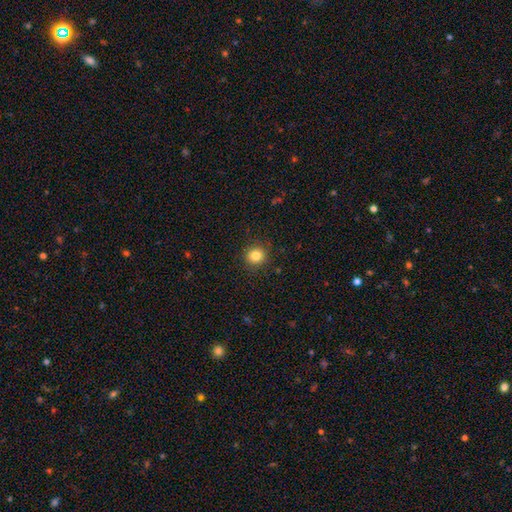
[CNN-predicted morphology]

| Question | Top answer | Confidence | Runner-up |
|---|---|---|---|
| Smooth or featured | smooth | 83% | star or artifact (11%) |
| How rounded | round | 90% | in between (9%) |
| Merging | none | 90% | minor disturbance (6%) |